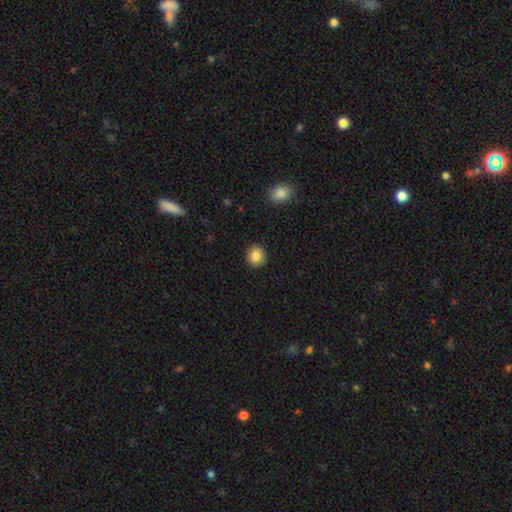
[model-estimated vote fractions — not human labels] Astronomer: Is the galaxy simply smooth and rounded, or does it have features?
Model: smooth — 85%.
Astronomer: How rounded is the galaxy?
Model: round — 85%.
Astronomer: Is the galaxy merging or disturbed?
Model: none — 91%.